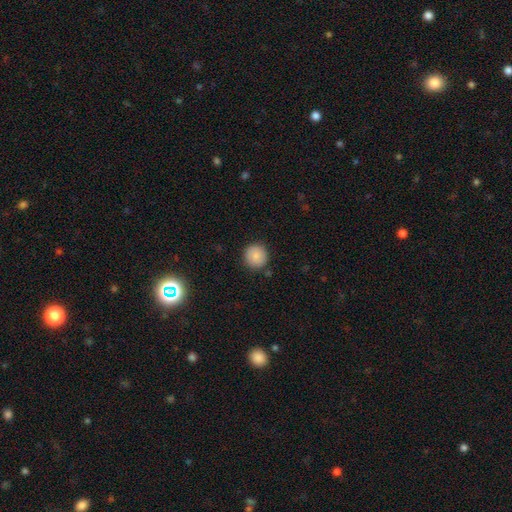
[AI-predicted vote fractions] This is clearly a smooth galaxy (86%). How rounded: clearly round (93%). Merging: clearly none (89%).